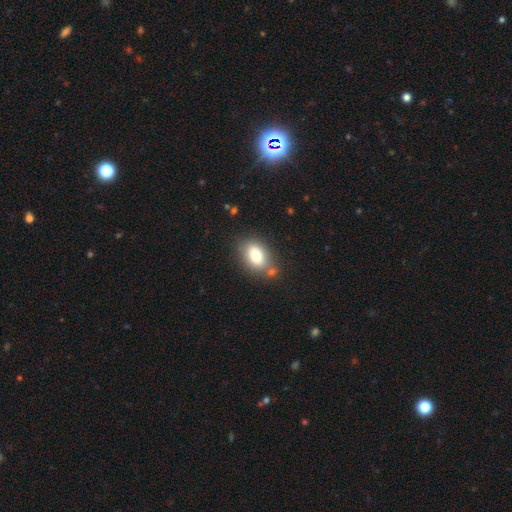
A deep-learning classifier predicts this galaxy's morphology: smooth 77%, featured or disk 14%, star or artifact 9%. Down the decision tree: how rounded — in between (81%); merging — none (71%).